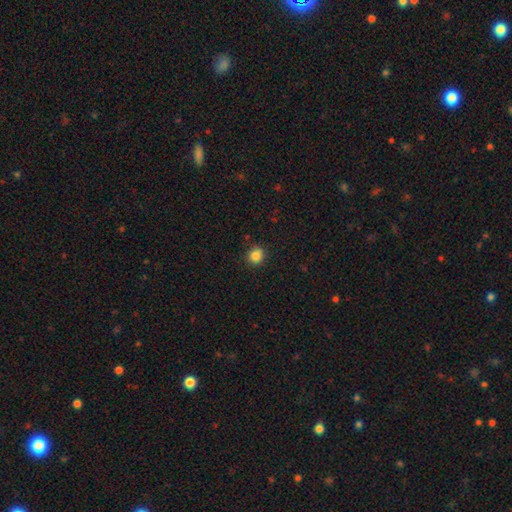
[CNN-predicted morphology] Smooth or featured?
  - smooth: 85% *
  - star or artifact: 11%
  - featured or disk: 4%
How rounded?
  - round: 87% *
  - in between: 12%
  - cigar-shaped: 1%
Merging?
  - none: 88% *
  - minor disturbance: 9%
  - major disturbance: 2%
  - merger: 1%